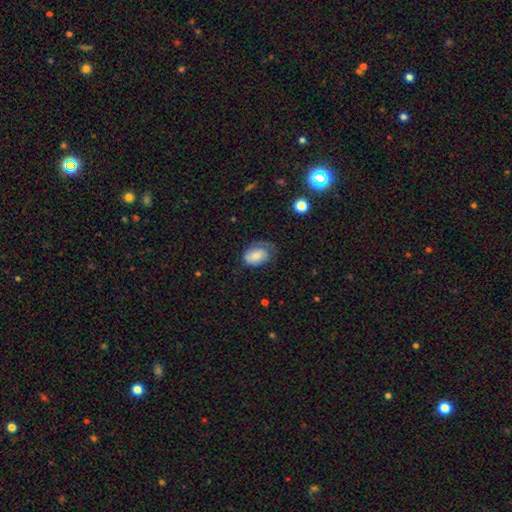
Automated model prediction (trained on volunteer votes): Smooth or featured: smooth — 66% (featured or disk — 26%)
How rounded: in between — 84% (round — 14%)
Merging: none — 42% (minor disturbance — 32%)